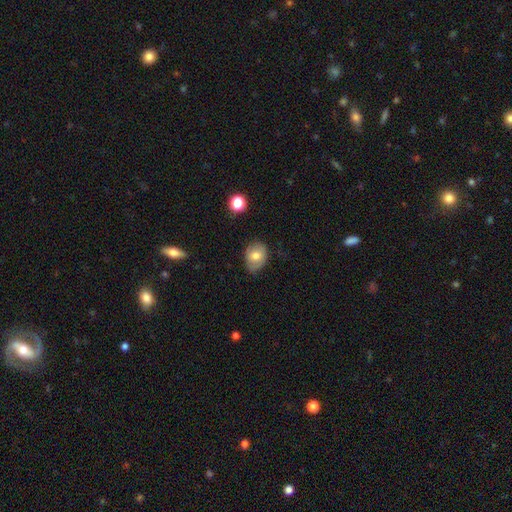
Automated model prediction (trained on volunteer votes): smooth 69%, featured or disk 22%, star or artifact 9%. Down the decision tree: how rounded — in between (60%); merging — none (70%).